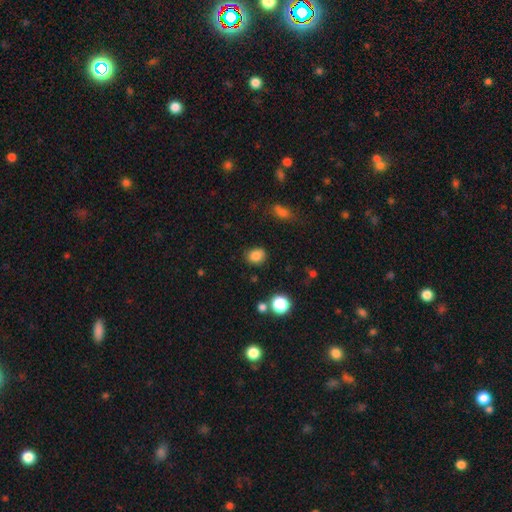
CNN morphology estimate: A smooth galaxy with no disk features (83%) that is round (61%).

Vote fractions:
- Smooth or featured? smooth: 83% / star or artifact: 12% / featured or disk: 5%
- How rounded? round: 61% / in between: 38% / cigar-shaped: 1%
- Merging? none: 80% / minor disturbance: 14% / major disturbance: 3% / merger: 3%